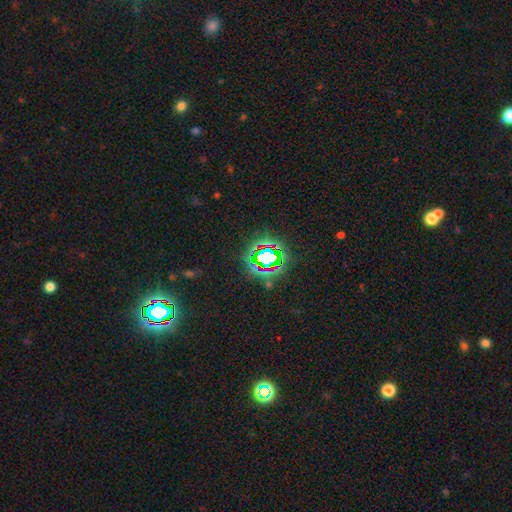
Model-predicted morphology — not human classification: The model was most divided on "smooth or featured": star or artifact: 72%, smooth: 17%, featured or disk: 11%.